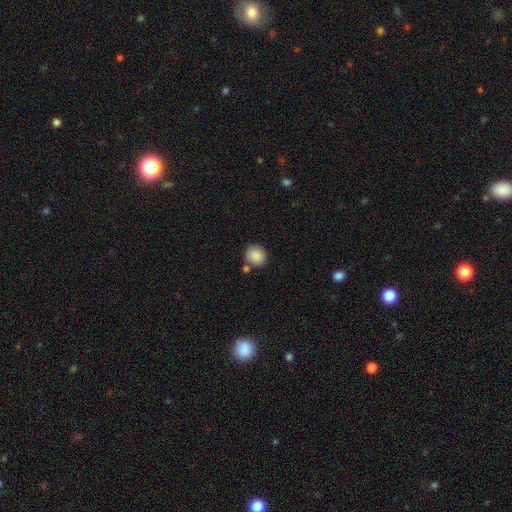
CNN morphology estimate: smooth_or_featured: smooth (p=0.88) [alt: star or artifact p=0.08]
how_rounded: round (p=0.80) [alt: in between p=0.19]
merging: none (p=0.76) [alt: minor disturbance p=0.11]